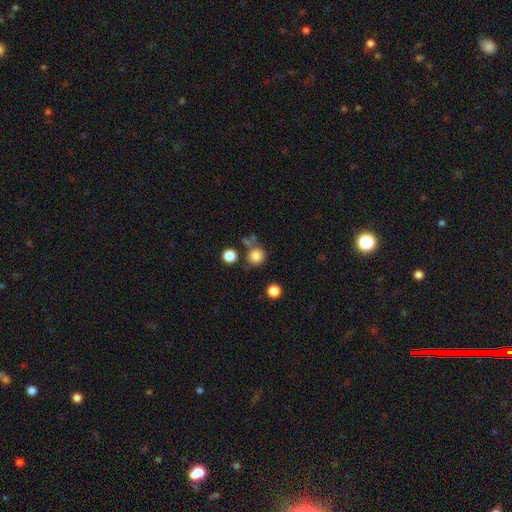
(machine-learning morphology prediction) Overall: smooth (82%). How rounded: round (91%). Merging: none (67%).